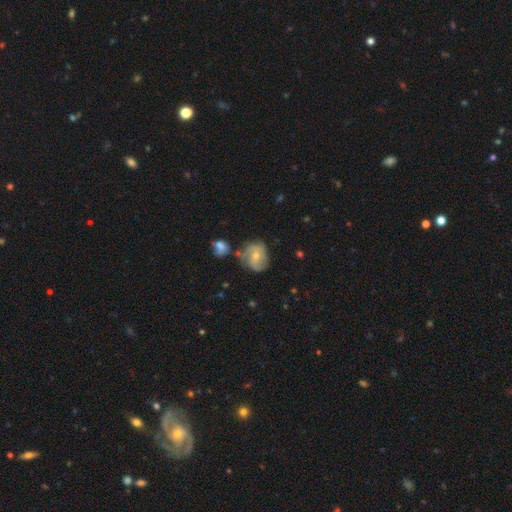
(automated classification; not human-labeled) smooth_or_featured: featured or disk (p=0.51) [alt: smooth p=0.41]
disk_edge_on: no (p=0.96) [alt: yes p=0.04]
merging: none (p=0.49) [alt: minor disturbance p=0.27]